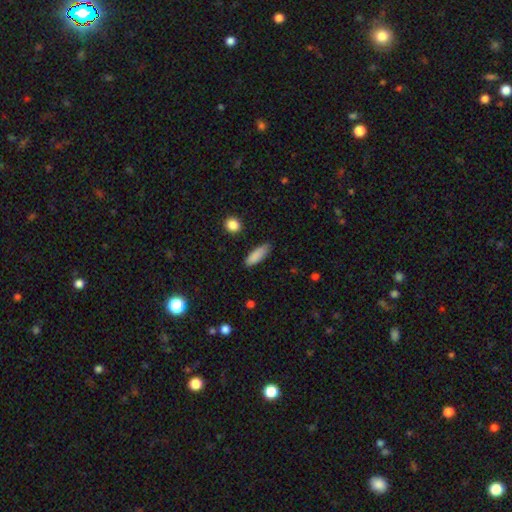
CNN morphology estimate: This is clearly a smooth galaxy (87%). How rounded: possibly in between (57%). Merging: clearly none (82%).